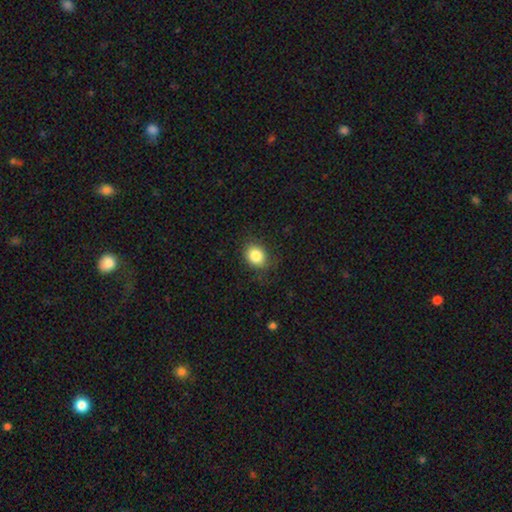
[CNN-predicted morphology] smooth 85%, star or artifact 10%, featured or disk 5%. Down the decision tree: how rounded — round (53%); merging — none (81%).